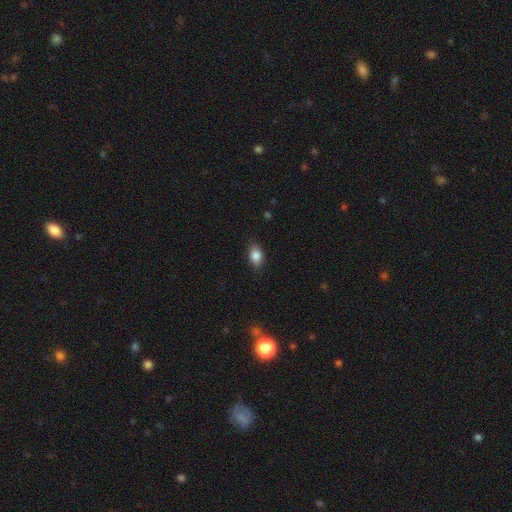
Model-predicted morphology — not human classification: A smooth galaxy with no disk features (85%) that is in between round and cigar-shaped (85%).

Vote fractions:
- Smooth or featured? smooth: 85% / star or artifact: 8% / featured or disk: 7%
- How rounded? in between: 85% / round: 12% / cigar-shaped: 3%
- Merging? none: 83% / minor disturbance: 13% / major disturbance: 3% / merger: 1%